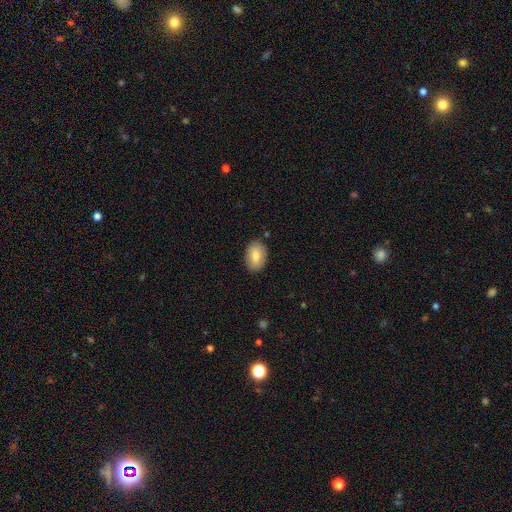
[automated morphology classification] This appears to be a smooth galaxy with no disk features (83%) that is in between round and cigar-shaped (86%). Merging: none (87%).